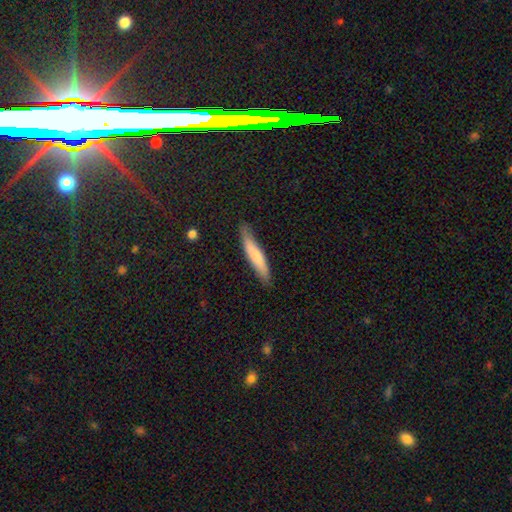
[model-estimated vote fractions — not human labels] Q: Smooth or featured?
A: smooth (72%); runner-up: featured or disk (22%)
Q: How rounded?
A: cigar-shaped (90%); runner-up: in between (8%)
Q: Merging?
A: none (81%); runner-up: minor disturbance (16%)